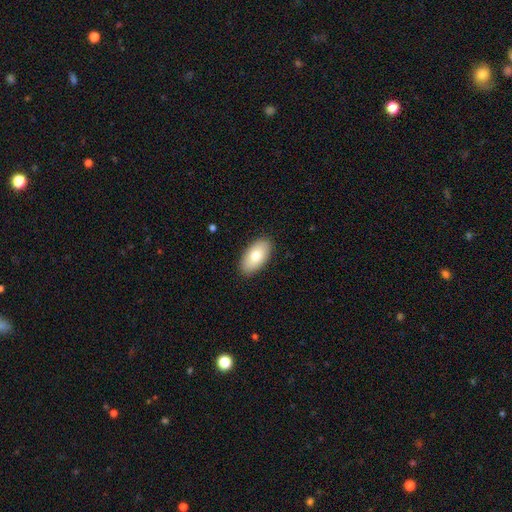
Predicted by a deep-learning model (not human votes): This is likely a smooth galaxy (78%). How rounded: clearly in between (95%). Merging: clearly none (89%).